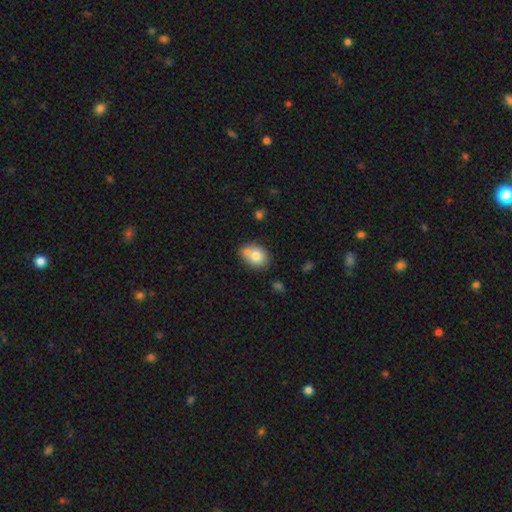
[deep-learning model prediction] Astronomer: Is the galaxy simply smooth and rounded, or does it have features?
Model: smooth — 74%.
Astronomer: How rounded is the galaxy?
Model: in between — 62% (runner-up: round, 37%).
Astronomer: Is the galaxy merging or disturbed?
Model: none — 49% (runner-up: merger, 30%).